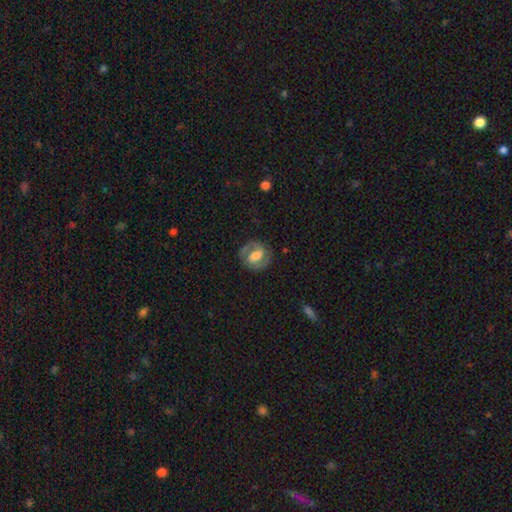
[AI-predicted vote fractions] Morphology: type=featured or disk (68%); edge-on=no (97%); bar=weak (43%); spiral arms=yes (83%); winding=medium (47%); arm count=2 (87%); bulge=moderate (38%); merging=none (78%).